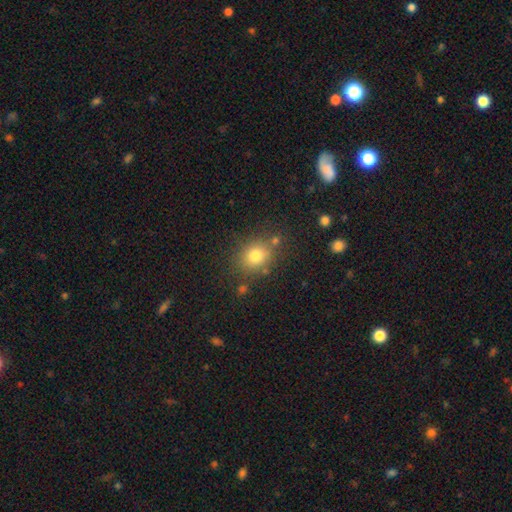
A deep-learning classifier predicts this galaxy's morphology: Smooth or featured? smooth (78%)
How rounded? round (65%)
Merging? none (75%)